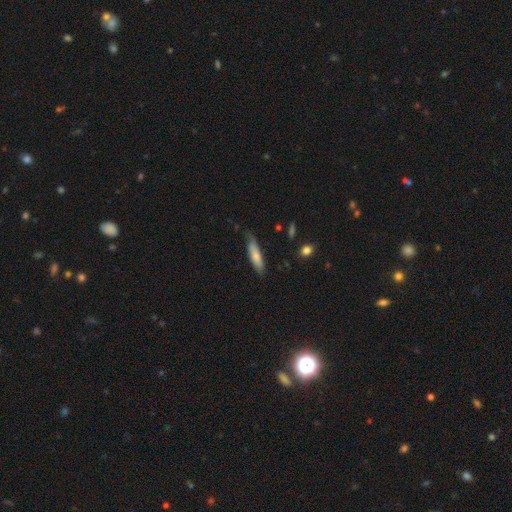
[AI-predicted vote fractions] The model was most divided on "merging": none: 67%, minor disturbance: 26%, major disturbance: 5%, merger: 2%. More confident: how rounded — cigar-shaped (73%); smooth or featured — smooth (72%).